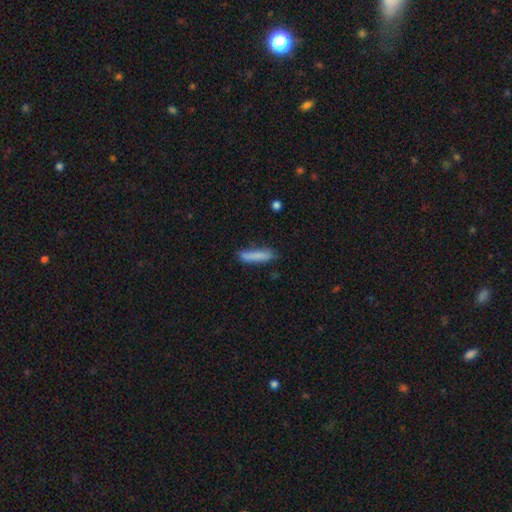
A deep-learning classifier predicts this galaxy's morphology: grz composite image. It shows a smooth galaxy with no disk features (82%) that is cigar-shaped (86%). Merging: none (78%).